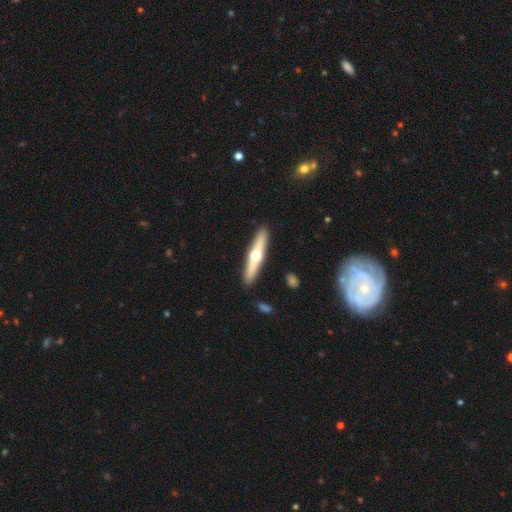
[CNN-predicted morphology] Smooth or featured? featured or disk (60%)
Edge-on disk? yes (94%)
Edge-on bulge? rounded (94%)
Merging? none (91%)